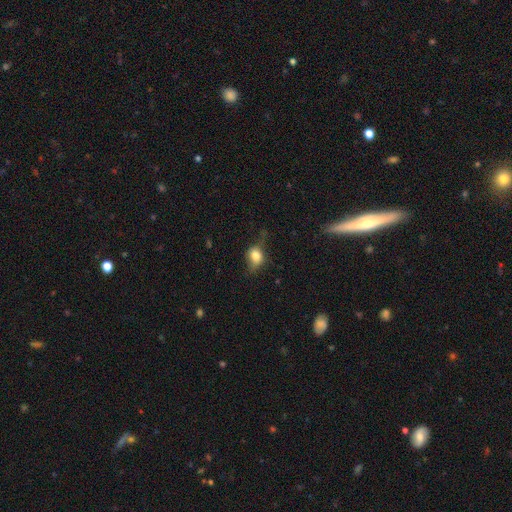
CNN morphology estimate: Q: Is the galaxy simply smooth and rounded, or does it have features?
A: smooth — 72%.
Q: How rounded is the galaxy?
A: in between — 55%.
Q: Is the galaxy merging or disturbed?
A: none — 50%.